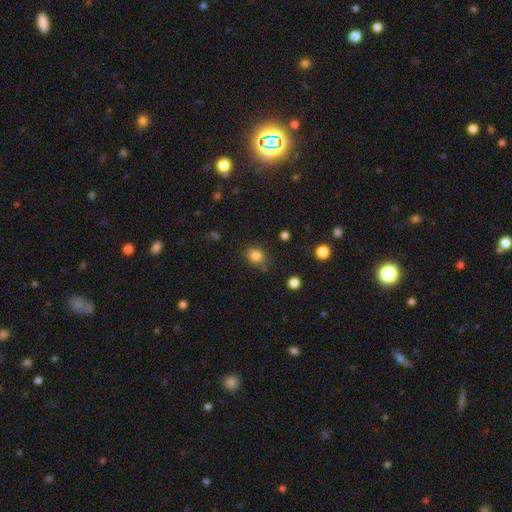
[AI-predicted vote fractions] Q: Smooth or featured?
A: smooth (83%); runner-up: star or artifact (12%)
Q: How rounded?
A: round (70%); runner-up: in between (29%)
Q: Merging?
A: none (78%); runner-up: minor disturbance (14%)